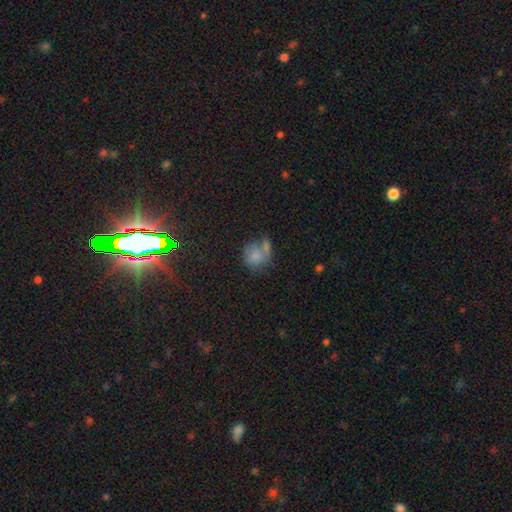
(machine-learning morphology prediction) smooth-or-featured: smooth: 75% | featured or disk: 14% | star or artifact: 12%
  how-rounded: round: 75% | in between: 23% | cigar-shaped: 1%
  merging: none: 36% | merger: 35% | minor disturbance: 18% | major disturbance: 11%